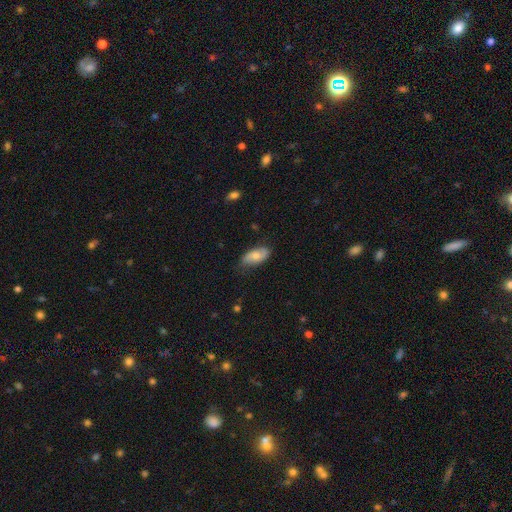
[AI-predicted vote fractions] smooth 65%, featured or disk 29%, star or artifact 6%. Down the decision tree: how rounded — in between (92%); merging — none (73%).